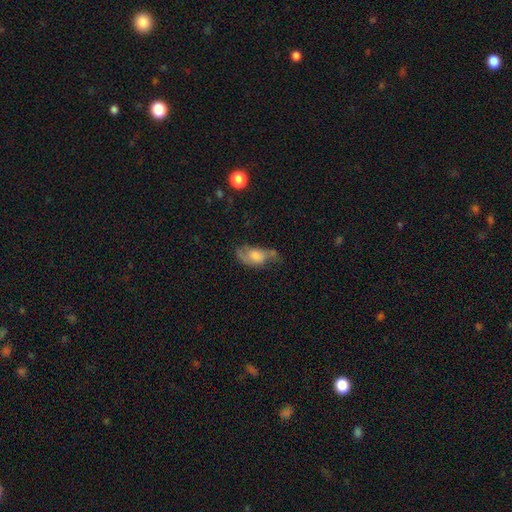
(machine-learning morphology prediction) This appears to be a featured or disk galaxy (51%). Merging: none (44%).